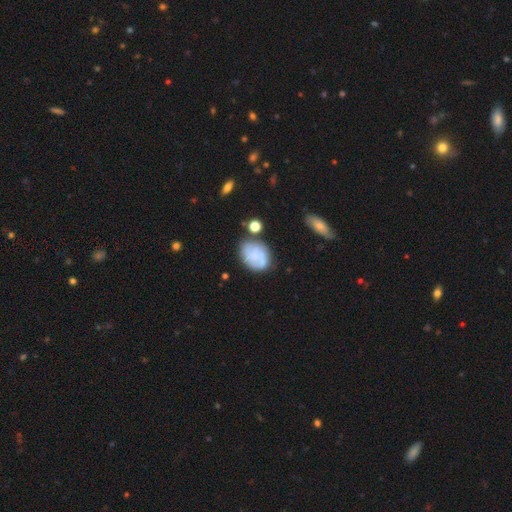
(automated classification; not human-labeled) Smooth or featured: smooth — 47% (featured or disk — 44%)
Merging: none — 63% (minor disturbance — 21%)